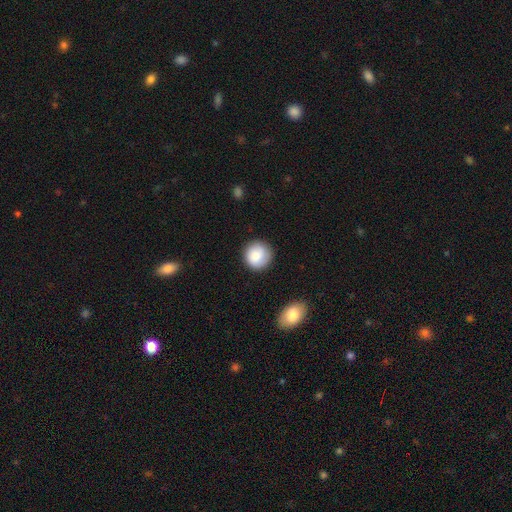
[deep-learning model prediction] Overall: smooth (82%). How rounded: round (92%). Merging: none (86%).